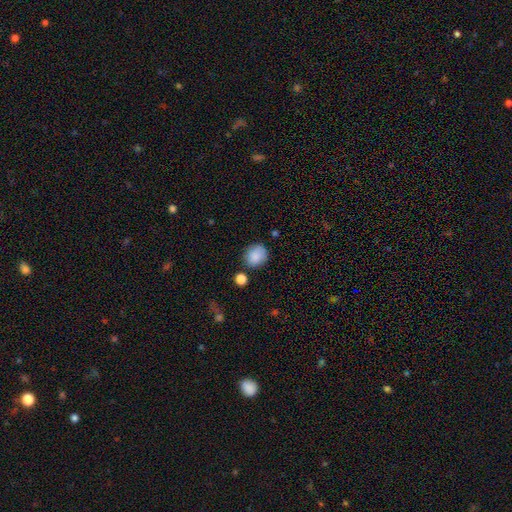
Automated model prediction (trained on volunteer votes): The model was most divided on "how rounded": round: 72%, in between: 27%, cigar-shaped: 1%. More confident: smooth or featured — smooth (87%); merging — none (75%).